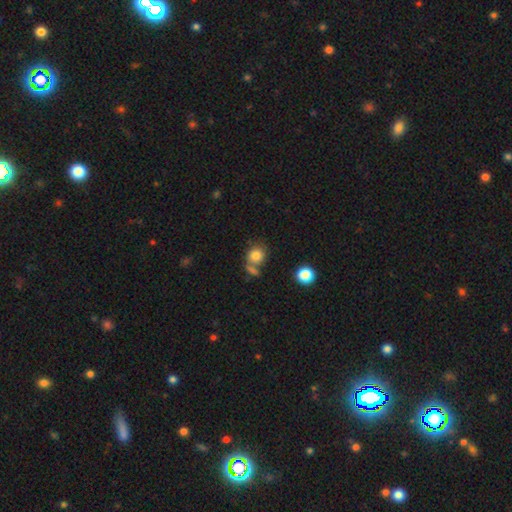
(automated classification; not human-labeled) A smooth galaxy with no disk features (81%) that is round (75%).

Vote fractions:
- Smooth or featured? smooth: 81% / star or artifact: 11% / featured or disk: 9%
- How rounded? round: 75% / in between: 24% / cigar-shaped: 1%
- Merging? none: 51% / merger: 30% / minor disturbance: 12% / major disturbance: 6%